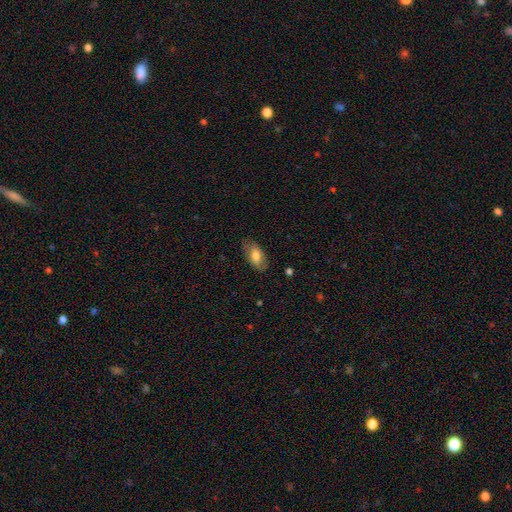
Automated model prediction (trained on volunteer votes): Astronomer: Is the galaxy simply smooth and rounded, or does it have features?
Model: smooth — 71%.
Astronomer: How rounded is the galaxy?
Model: in between — 90%.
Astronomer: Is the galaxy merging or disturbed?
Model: none — 77%.